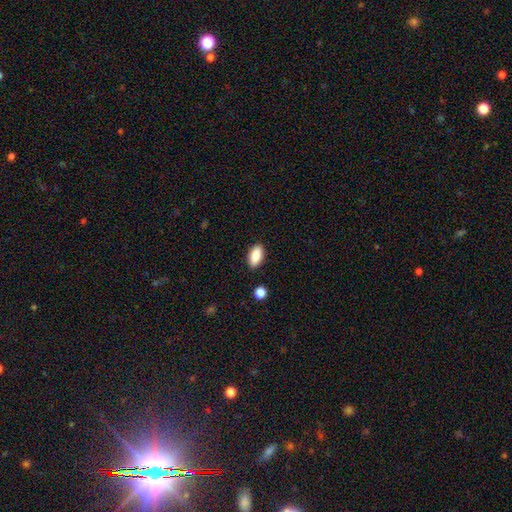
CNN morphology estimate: smooth-or-featured: smooth: 88% | star or artifact: 7% | featured or disk: 5%
  how-rounded: in between: 90% | cigar-shaped: 7% | round: 3%
  merging: none: 87% | minor disturbance: 9% | major disturbance: 2% | merger: 2%